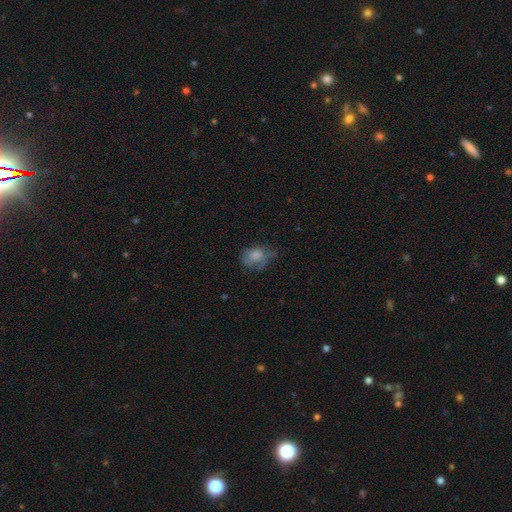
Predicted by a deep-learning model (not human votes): smooth-or-featured: smooth: 71% | featured or disk: 18% | star or artifact: 11%
  how-rounded: in between: 68% | round: 31% | cigar-shaped: 1%
  merging: none: 38% | minor disturbance: 33% | major disturbance: 26% | merger: 3%